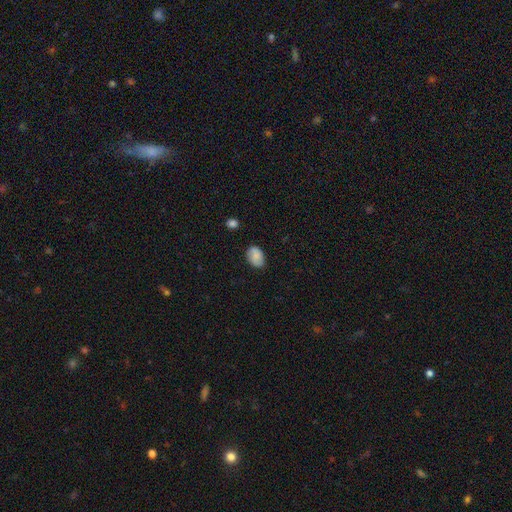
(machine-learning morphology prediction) A smooth galaxy with no disk features (71%) that is in between round and cigar-shaped (81%).

Vote fractions:
- Smooth or featured? smooth: 71% / featured or disk: 21% / star or artifact: 8%
- How rounded? in between: 81% / round: 18% / cigar-shaped: 1%
- Merging? none: 77% / minor disturbance: 18% / major disturbance: 4% / merger: 2%